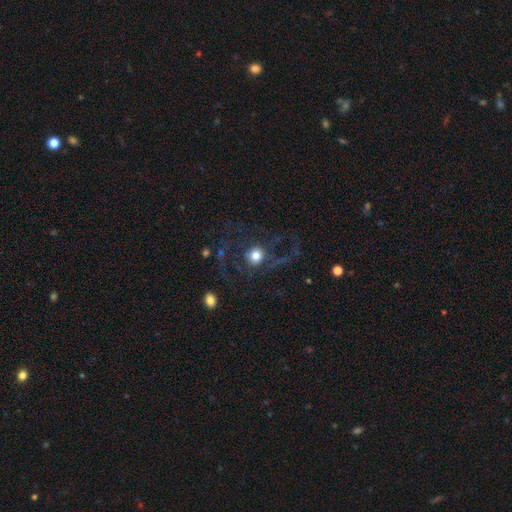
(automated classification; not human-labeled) Overall: smooth (46%; featured or disk 41%). Merging: none (54%; major disturbance 30%).